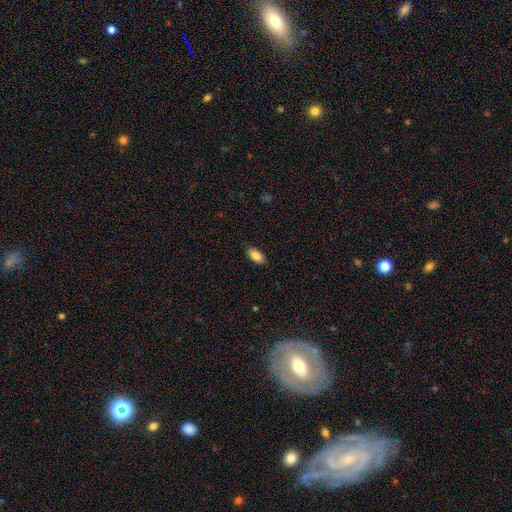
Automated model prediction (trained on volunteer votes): smooth_or_featured: smooth (p=0.85) [alt: featured or disk p=0.08]
how_rounded: in between (p=0.88) [alt: cigar-shaped p=0.10]
merging: none (p=0.87) [alt: minor disturbance p=0.10]